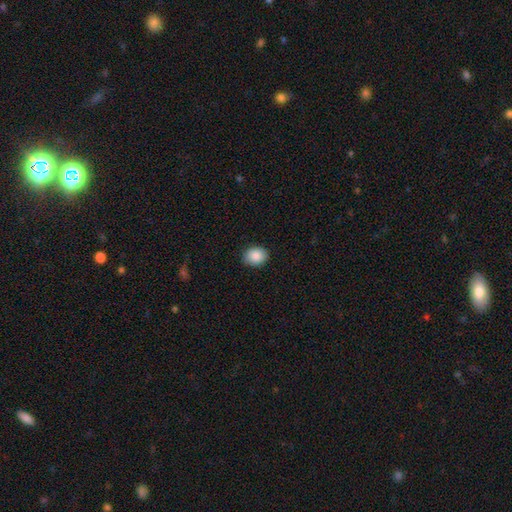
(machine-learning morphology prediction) Smooth or featured? smooth (88%)
How rounded? in between (52%)
Merging? none (88%)